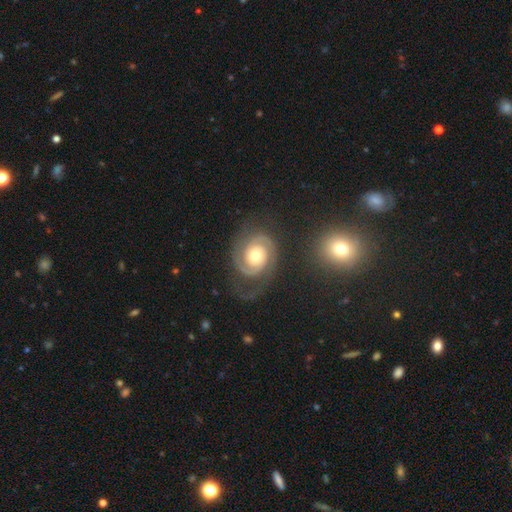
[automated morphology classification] A featured or disk galaxy (89%) with no bar (75%), 2 (88%) tight (63%) spiral arms (98%) and a moderate central bulge (70%).

Vote fractions:
- Smooth or featured? featured or disk: 89% / smooth: 6% / star or artifact: 5%
- Edge-on disk? no: 98% / yes: 2%
- Bar? no: 75% / weak: 19% / strong: 6%
- Spiral arms? yes: 98% / no: 2%
- Spiral winding? tight: 63% / medium: 31% / loose: 6%
- Spiral arm count? 2: 88% / can't tell: 3% / 3: 3% / 1: 3% / 4: 1% / more than 4: 1%
- Bulge size? moderate: 70% / small: 17% / large: 11% / dominant: 1% / none: 1%
- Merging? none: 72% / minor disturbance: 16% / major disturbance: 10% / merger: 2%